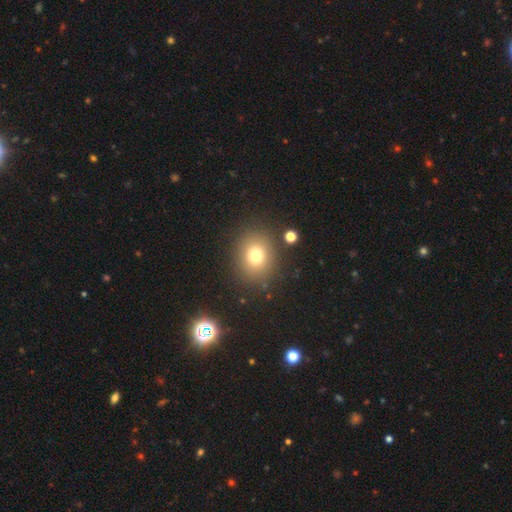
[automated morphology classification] The model was most divided on "how rounded": round: 67%, in between: 32%, cigar-shaped: 1%. More confident: merging — none (84%); smooth or featured — smooth (76%).